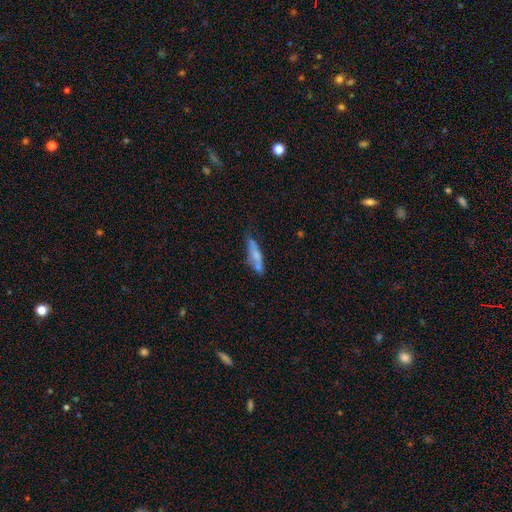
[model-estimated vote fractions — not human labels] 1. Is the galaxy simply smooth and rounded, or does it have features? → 60% smooth, 32% featured or disk, 7% star or artifact.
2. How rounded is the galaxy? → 77% cigar-shaped, 21% in between, 2% round.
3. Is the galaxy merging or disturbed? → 56% none, 25% minor disturbance, 12% merger, 7% major disturbance.